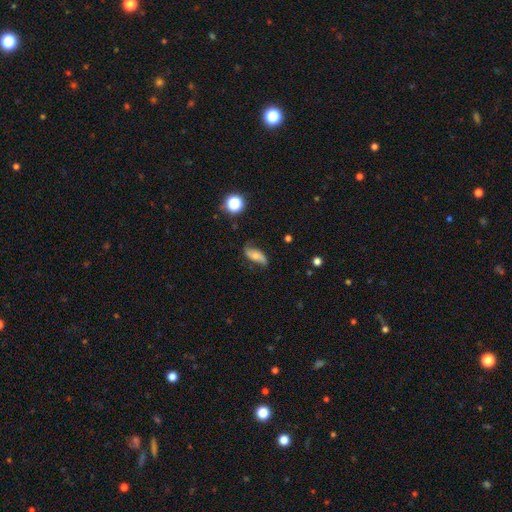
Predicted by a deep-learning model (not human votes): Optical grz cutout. It shows a featured or disk galaxy (61%) with no bar (63%), spiral arms (89%) and a moderate central bulge (48%). Merging: none (71%).